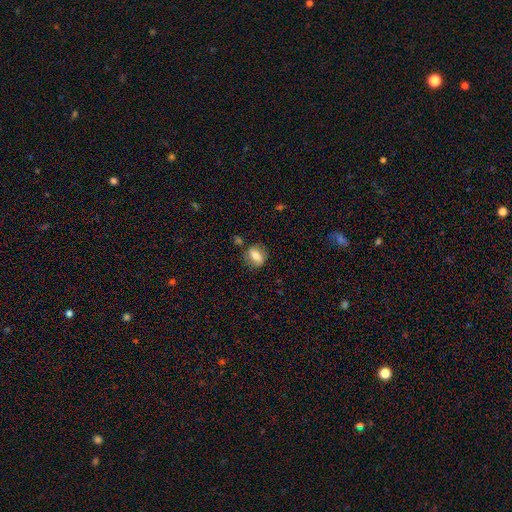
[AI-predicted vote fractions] Overall: smooth (66%). How rounded: in between (62%; round 32%). Merging: none (74%).